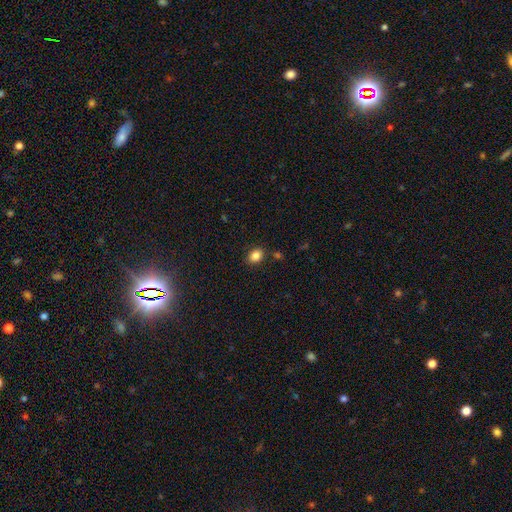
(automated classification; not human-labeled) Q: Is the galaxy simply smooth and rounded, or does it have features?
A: smooth — 84%.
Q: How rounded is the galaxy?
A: in between — 63%.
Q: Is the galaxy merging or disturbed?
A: none — 83%.